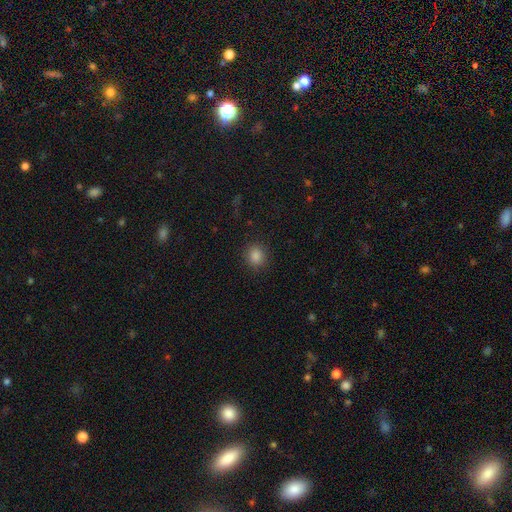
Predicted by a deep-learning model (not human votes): Morphology: type=smooth (84%); roundness=round (79%); merging=none (89%).